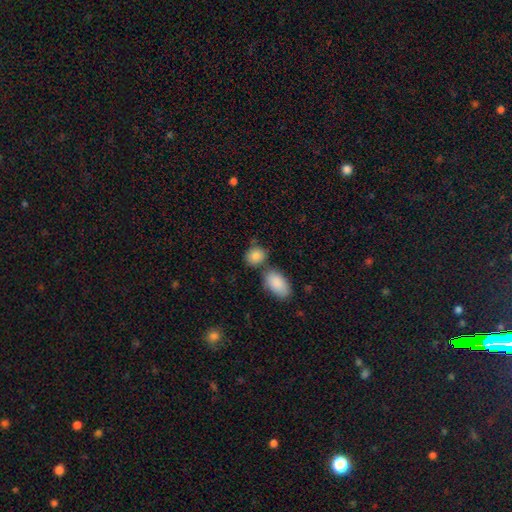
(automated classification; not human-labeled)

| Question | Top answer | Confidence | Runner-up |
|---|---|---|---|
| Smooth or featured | smooth | 86% | star or artifact (8%) |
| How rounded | in between | 52% | round (46%) |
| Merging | none | 56% | merger (28%) |